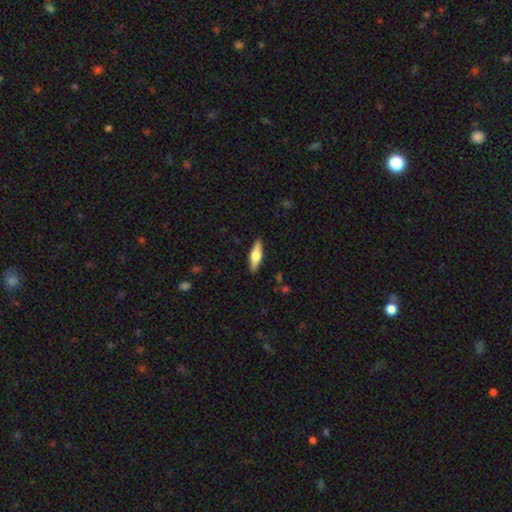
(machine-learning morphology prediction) Smooth or featured? featured or disk (51%)
Edge-on disk? yes (94%)
Merging? none (89%)